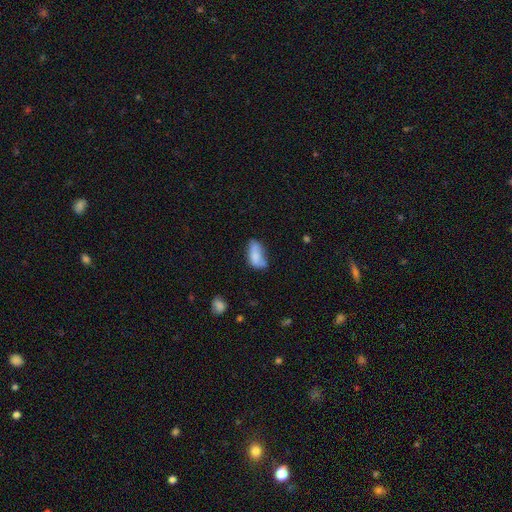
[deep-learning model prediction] smooth_or_featured: smooth (p=0.75) [alt: featured or disk p=0.17]
how_rounded: in between (p=0.90) [alt: cigar-shaped p=0.05]
merging: none (p=0.43) [alt: minor disturbance p=0.33]